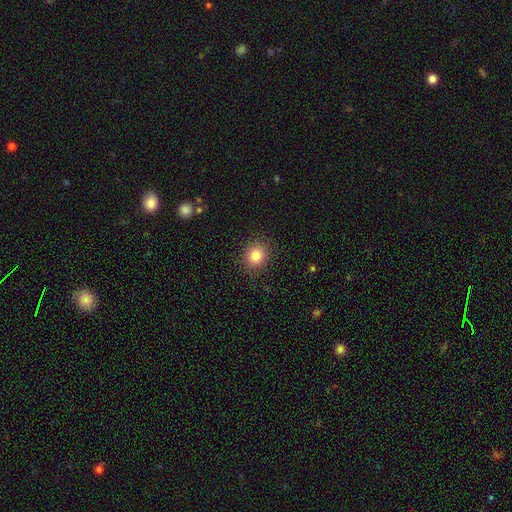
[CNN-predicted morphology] This is clearly a smooth galaxy (83%). How rounded: likely round (79%). Merging: clearly none (89%).